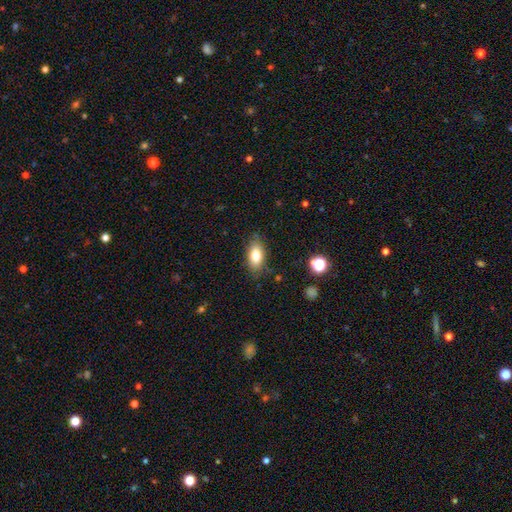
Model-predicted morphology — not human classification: A smooth galaxy with no disk features (82%) that is in between round and cigar-shaped (89%). Merging: none (81%).